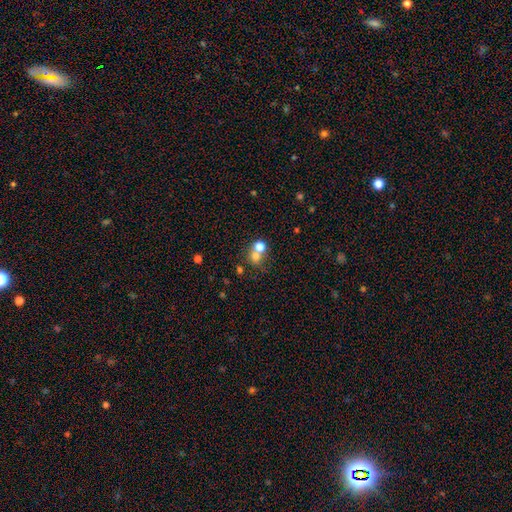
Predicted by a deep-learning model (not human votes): Morphology: type=smooth (70%); roundness=round (79%); merging=merger (51%).